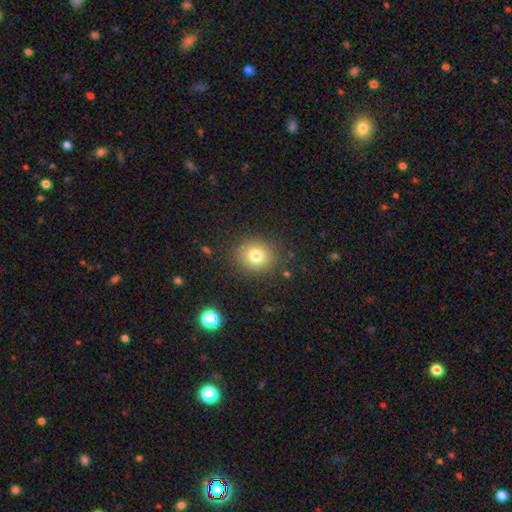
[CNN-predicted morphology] smooth 76%, star or artifact 13%, featured or disk 11%. Down the decision tree: how rounded — round (81%); merging — none (87%).